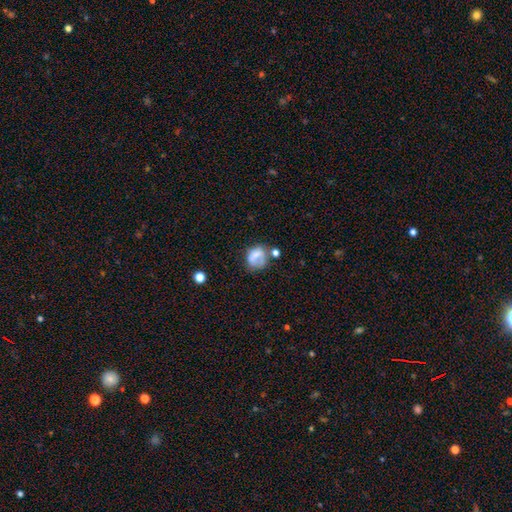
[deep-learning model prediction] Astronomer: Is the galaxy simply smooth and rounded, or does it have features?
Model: smooth — 63%.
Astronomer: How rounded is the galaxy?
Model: round — 58% (runner-up: in between, 41%).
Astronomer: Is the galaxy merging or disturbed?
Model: none — 37% (runner-up: minor disturbance, 25%).